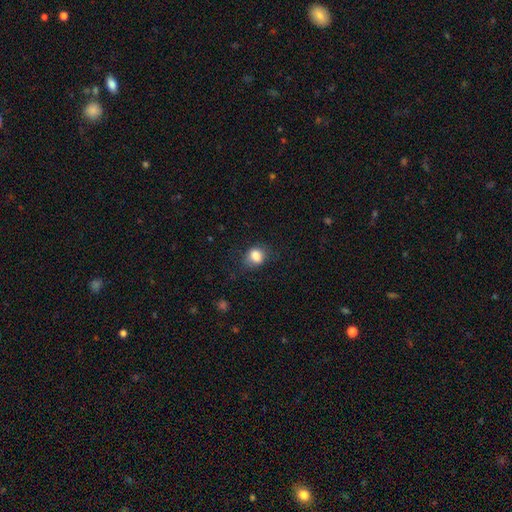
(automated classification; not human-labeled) A smooth galaxy with no disk features (84%) that is round (55%).

Vote fractions:
- Smooth or featured? smooth: 84% / star or artifact: 10% / featured or disk: 6%
- How rounded? round: 55% / in between: 44% / cigar-shaped: 1%
- Merging? none: 72% / minor disturbance: 20% / major disturbance: 7% / merger: 1%